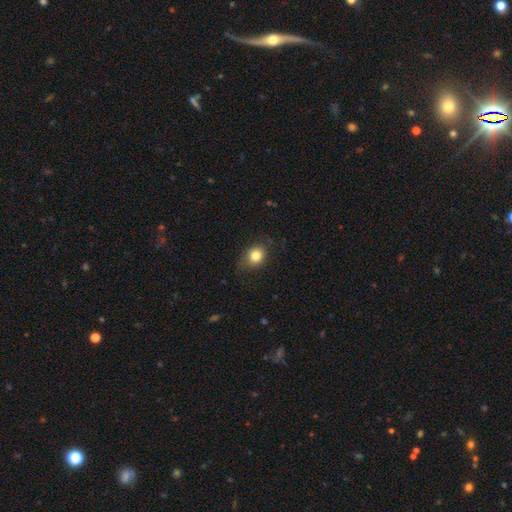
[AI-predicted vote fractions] A smooth galaxy with no disk features (82%) that is round (56%).

Vote fractions:
- Smooth or featured? smooth: 82% / star or artifact: 10% / featured or disk: 8%
- How rounded? round: 56% / in between: 43% / cigar-shaped: 1%
- Merging? none: 79% / minor disturbance: 16% / major disturbance: 4% / merger: 1%